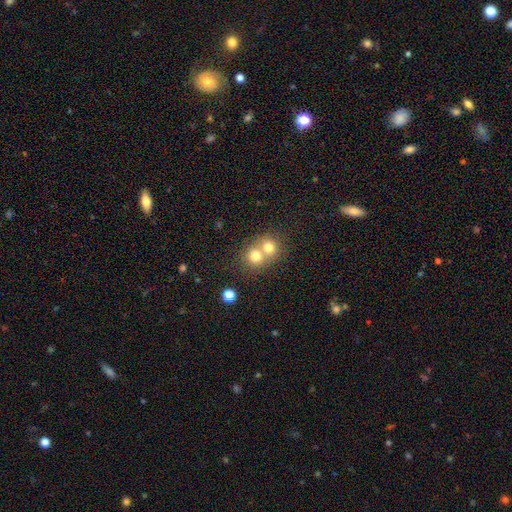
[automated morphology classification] The model was most divided on "merging": merger: 63%, none: 31%, minor disturbance: 4%, major disturbance: 2%. More confident: how rounded — round (81%); smooth or featured — smooth (74%).